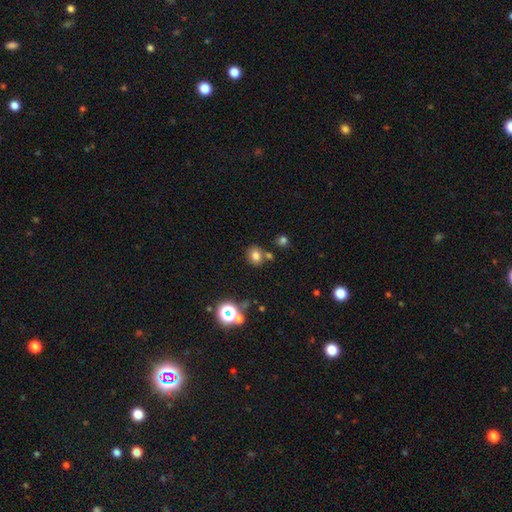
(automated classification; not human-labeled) Morphology: type=smooth (74%); roundness=round (62%); merging=none (70%).